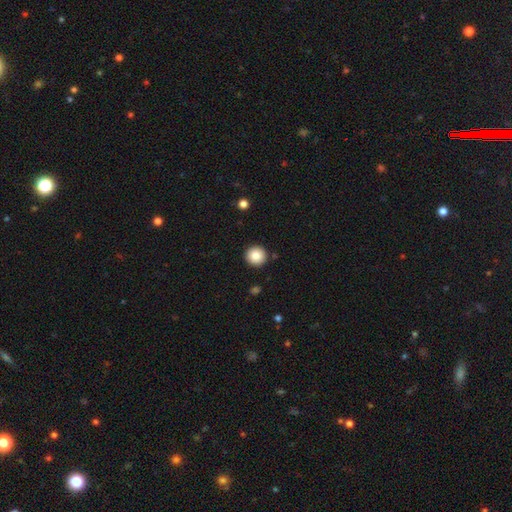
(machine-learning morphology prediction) Smooth or featured? smooth (85%)
How rounded? round (95%)
Merging? none (92%)